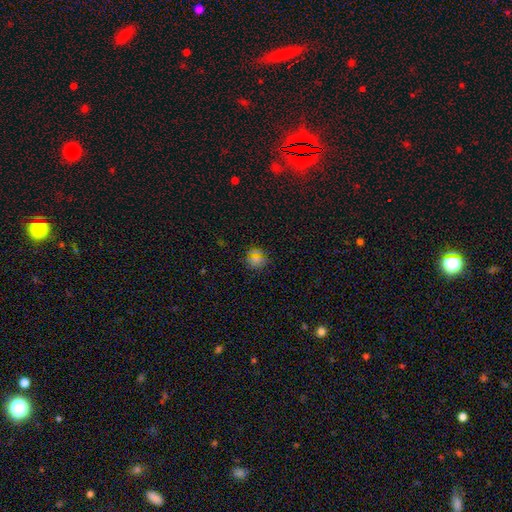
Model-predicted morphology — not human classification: This is possibly a smooth galaxy (54%). How rounded: clearly round (89%). Merging: clearly none (84%).